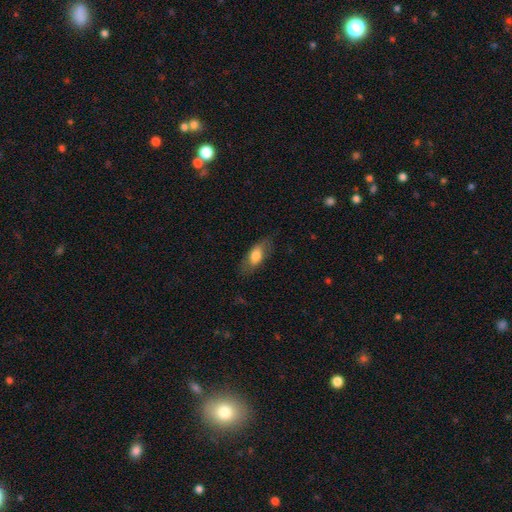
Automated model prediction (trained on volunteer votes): Smooth or featured: smooth — 69% (featured or disk — 24%)
How rounded: in between — 81% (cigar-shaped — 16%)
Merging: none — 73% (minor disturbance — 19%)